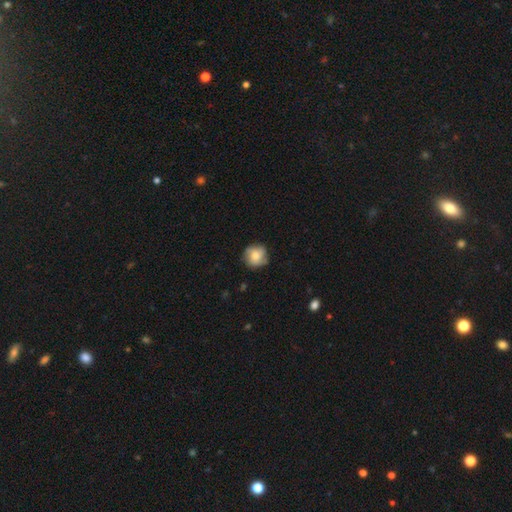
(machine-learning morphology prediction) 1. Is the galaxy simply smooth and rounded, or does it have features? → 69% smooth, 23% featured or disk, 8% star or artifact.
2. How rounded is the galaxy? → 88% round, 11% in between, 1% cigar-shaped.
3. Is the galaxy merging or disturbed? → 75% none, 18% minor disturbance, 5% major disturbance, 1% merger.